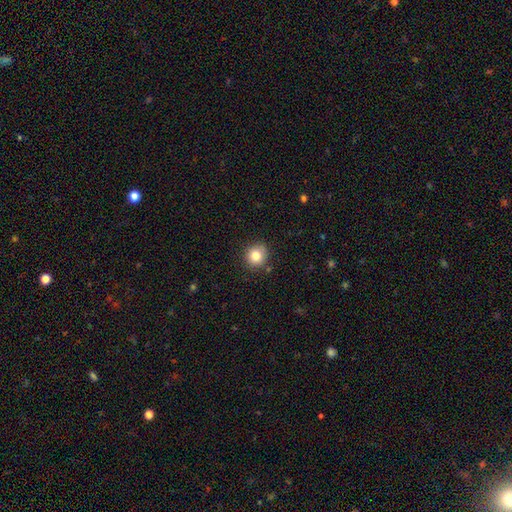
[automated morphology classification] type=smooth (82%); roundness=round (88%); merging=none (85%).